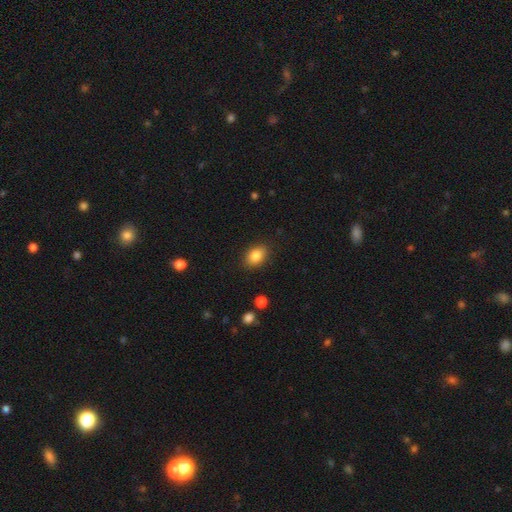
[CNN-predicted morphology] This is clearly a smooth galaxy (84%). How rounded: likely in between (77%). Merging: clearly none (87%).